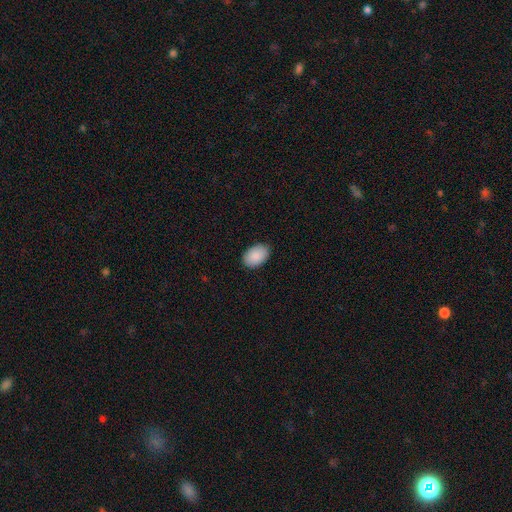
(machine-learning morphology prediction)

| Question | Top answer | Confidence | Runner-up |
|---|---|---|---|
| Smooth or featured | smooth | 91% | star or artifact (6%) |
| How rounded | in between | 90% | round (9%) |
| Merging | none | 88% | minor disturbance (9%) |